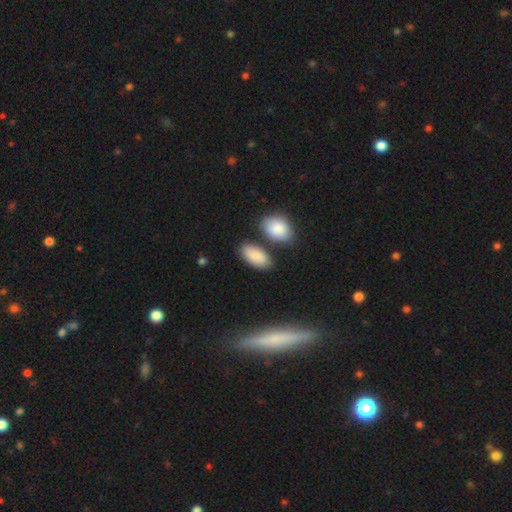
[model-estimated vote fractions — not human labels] smooth 88%, star or artifact 6%, featured or disk 6%. Down the decision tree: how rounded — in between (94%); merging — none (72%).